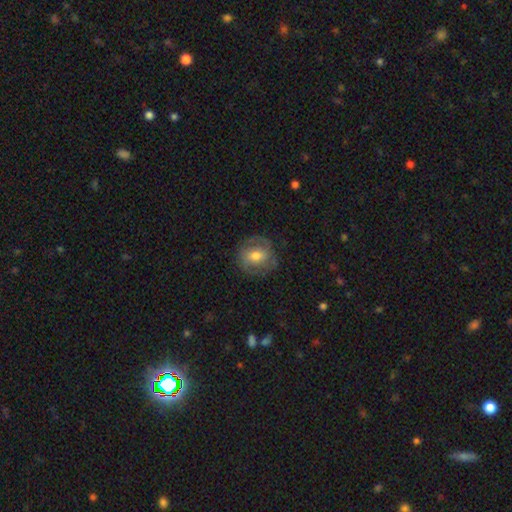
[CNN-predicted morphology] type=smooth (50%); roundness=round (81%); merging=none (77%).